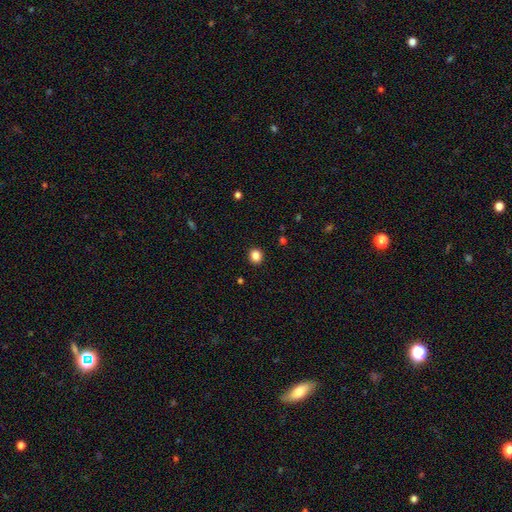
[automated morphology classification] A smooth galaxy with no disk features (85%) that is round (84%). Merging: none (92%).